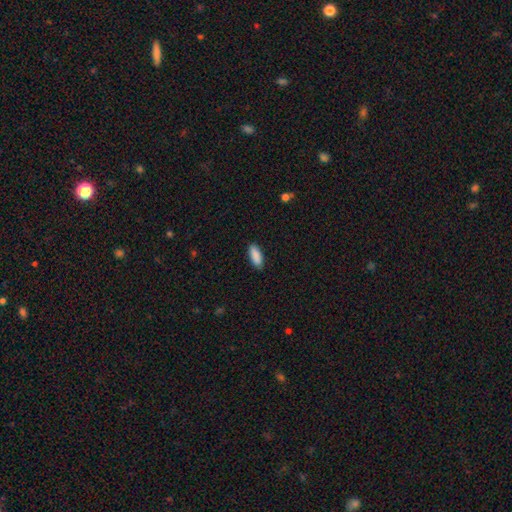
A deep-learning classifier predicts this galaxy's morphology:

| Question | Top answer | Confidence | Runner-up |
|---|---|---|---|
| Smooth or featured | smooth | 90% | star or artifact (6%) |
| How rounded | in between | 74% | cigar-shaped (24%) |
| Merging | none | 89% | minor disturbance (9%) |